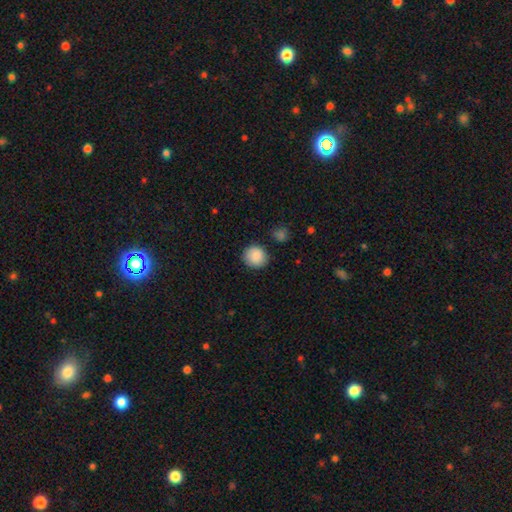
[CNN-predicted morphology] Smooth or featured? smooth (88%)
How rounded? round (88%)
Merging? none (87%)